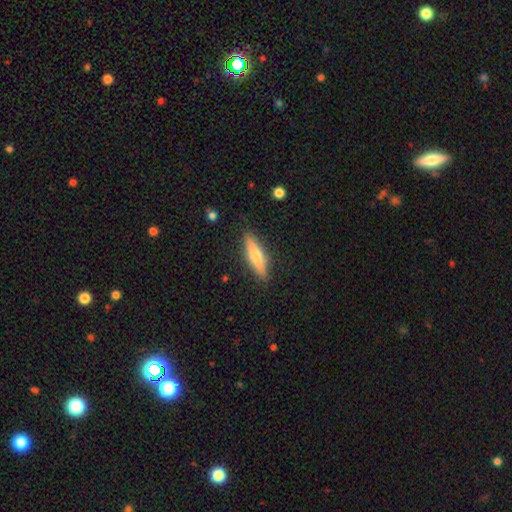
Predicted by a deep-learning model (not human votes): Smooth or featured: featured or disk — 48% (smooth — 46%)
Merging: none — 89% (minor disturbance — 8%)